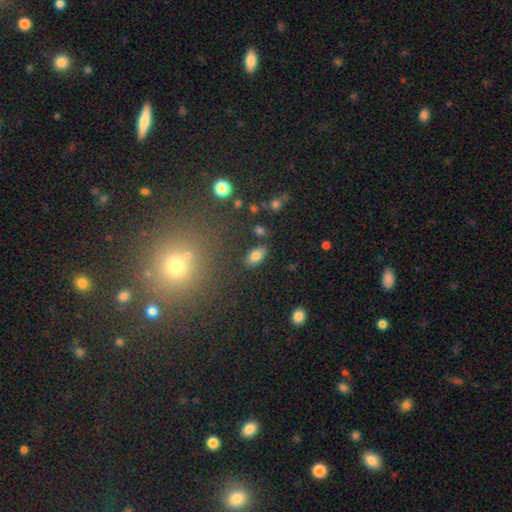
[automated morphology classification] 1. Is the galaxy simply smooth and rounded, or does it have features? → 81% smooth, 10% star or artifact, 10% featured or disk.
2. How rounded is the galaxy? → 93% in between, 4% round, 3% cigar-shaped.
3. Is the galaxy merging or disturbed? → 83% none, 10% minor disturbance, 4% merger, 3% major disturbance.